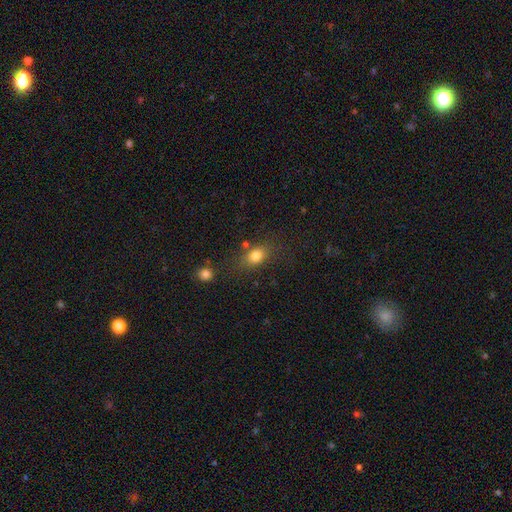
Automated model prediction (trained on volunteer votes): smooth 80%, star or artifact 11%, featured or disk 9%. Down the decision tree: how rounded — in between (65%); merging — none (70%).